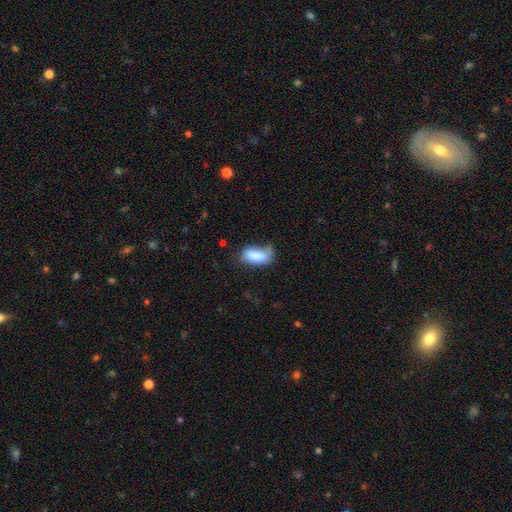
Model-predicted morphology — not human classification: Smooth or featured? smooth (80%)
How rounded? in between (88%)
Merging? none (41%)